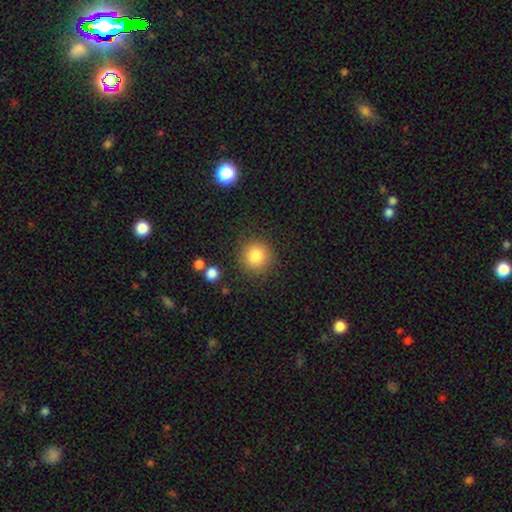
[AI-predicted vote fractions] A smooth galaxy with no disk features (84%) that is round (92%).

Vote fractions:
- Smooth or featured? smooth: 84% / star or artifact: 10% / featured or disk: 6%
- How rounded? round: 92% / in between: 7% / cigar-shaped: 1%
- Merging? none: 86% / minor disturbance: 9% / major disturbance: 3% / merger: 2%